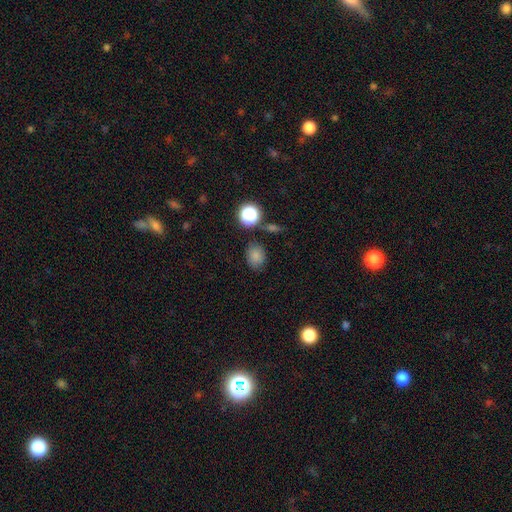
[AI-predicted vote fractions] Smooth or featured? smooth (79%)
How rounded? round (52%)
Merging? none (77%)